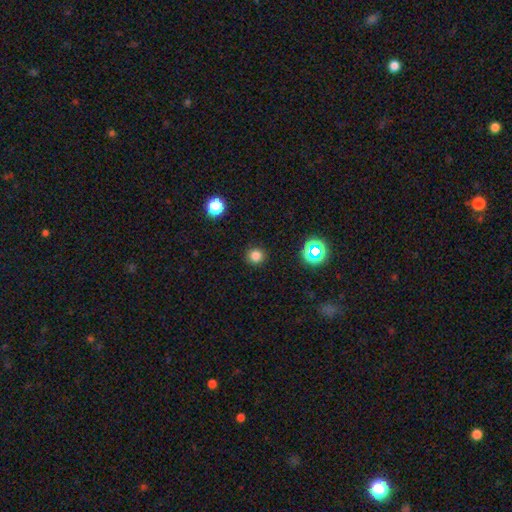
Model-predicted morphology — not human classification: smooth 79%, star or artifact 16%, featured or disk 5%. Down the decision tree: how rounded — round (93%); merging — none (91%).